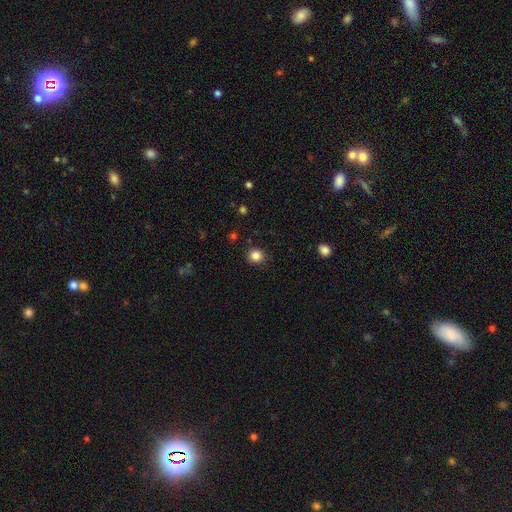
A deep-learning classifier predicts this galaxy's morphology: smooth-or-featured: smooth: 85% | star or artifact: 11% | featured or disk: 4%
  how-rounded: round: 91% | in between: 8% | cigar-shaped: 1%
  merging: none: 91% | minor disturbance: 6% | major disturbance: 2% | merger: 1%